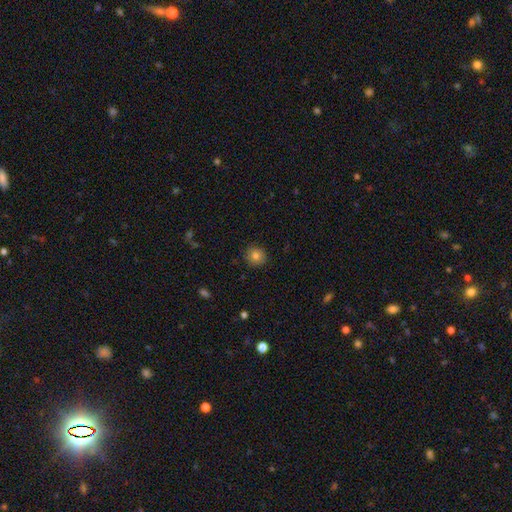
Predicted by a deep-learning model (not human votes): This is clearly a smooth galaxy (80%). How rounded: clearly round (89%). Merging: clearly none (88%).